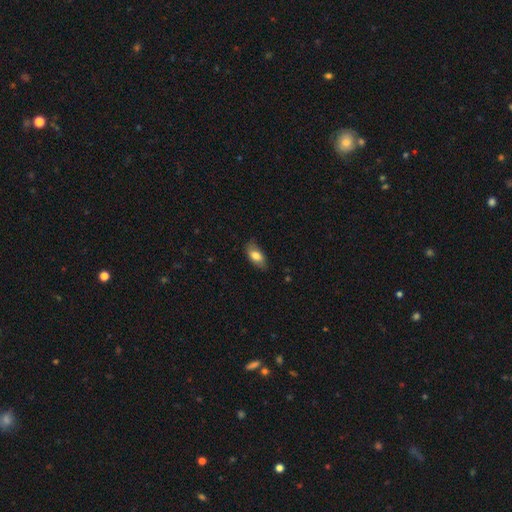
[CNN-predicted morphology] smooth 77%, featured or disk 16%, star or artifact 7%. Down the decision tree: how rounded — in between (90%); merging — none (76%).